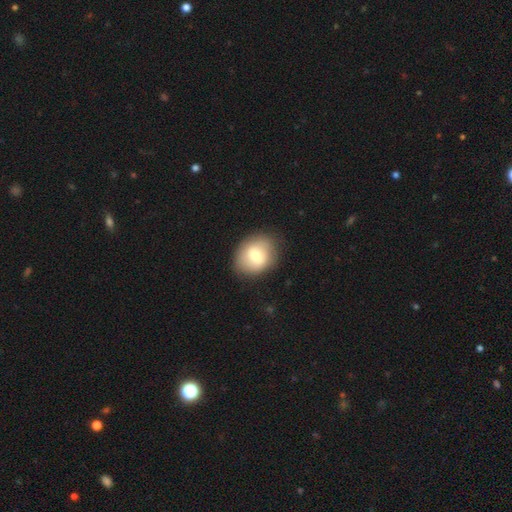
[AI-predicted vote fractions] Smooth or featured? Predicted: smooth (p=0.68). How rounded? Predicted: round (p=0.57). Merging? Predicted: none (p=0.83).